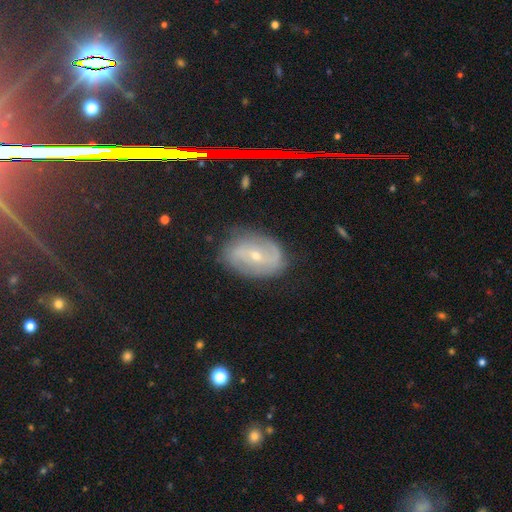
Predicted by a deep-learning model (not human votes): Smooth or featured?
  - featured or disk: 68% *
  - smooth: 21%
  - star or artifact: 10%
Edge-on disk?
  - no: 95% *
  - yes: 5%
Bar?
  - weak: 42% *
  - no: 37%
  - strong: 21%
Spiral arms?
  - yes: 80% *
  - no: 20%
Spiral winding?
  - tight: 39% *
  - medium: 38%
  - loose: 24%
Spiral arm count?
  - 2: 70% *
  - can't tell: 21%
  - 3: 3%
  - 1: 3%
  - 4: 2%
  - more than 4: 2%
Bulge size?
  - small: 69% *
  - moderate: 28%
  - none: 1%
  - large: 1%
  - dominant: 1%
Merging?
  - none: 78% *
  - minor disturbance: 16%
  - major disturbance: 5%
  - merger: 1%